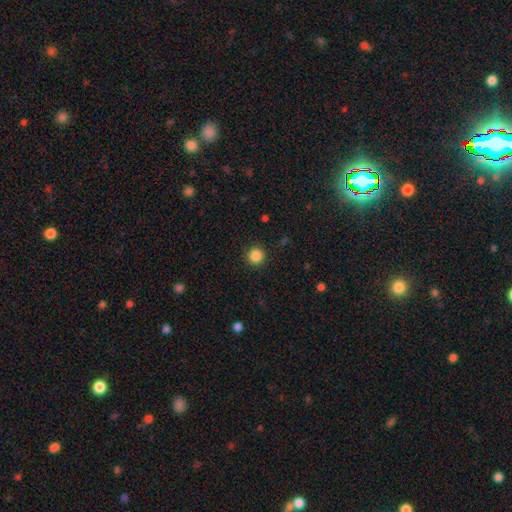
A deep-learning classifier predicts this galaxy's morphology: smooth_or_featured: smooth (p=0.86) [alt: star or artifact p=0.10]
how_rounded: round (p=0.95) [alt: in between p=0.04]
merging: none (p=0.92) [alt: minor disturbance p=0.05]